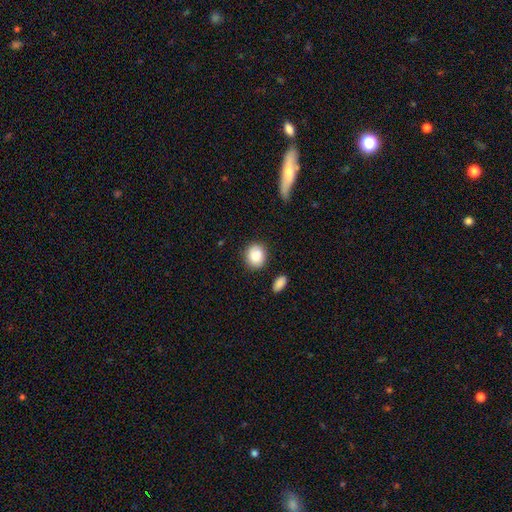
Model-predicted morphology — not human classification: Q: Smooth or featured?
A: smooth (87%); runner-up: star or artifact (8%)
Q: How rounded?
A: round (68%); runner-up: in between (31%)
Q: Merging?
A: none (79%); runner-up: minor disturbance (14%)